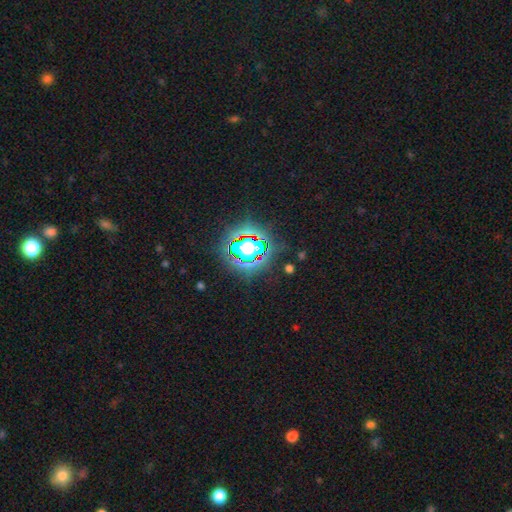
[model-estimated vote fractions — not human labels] Q: Smooth or featured?
A: star or artifact (81%); runner-up: smooth (12%)